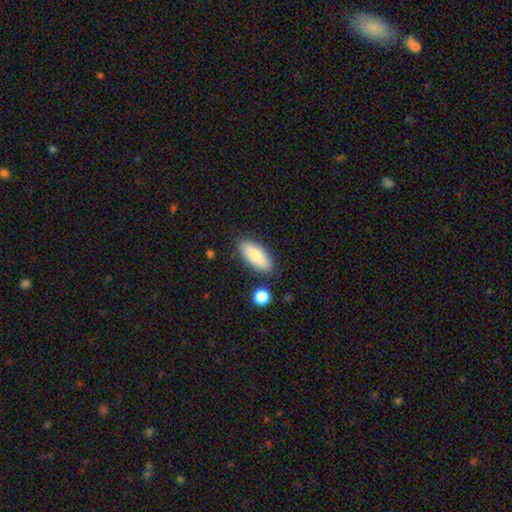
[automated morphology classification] Smooth or featured? Predicted: smooth (p=0.85). How rounded? Predicted: in between (p=0.81). Merging? Predicted: none (p=0.82).